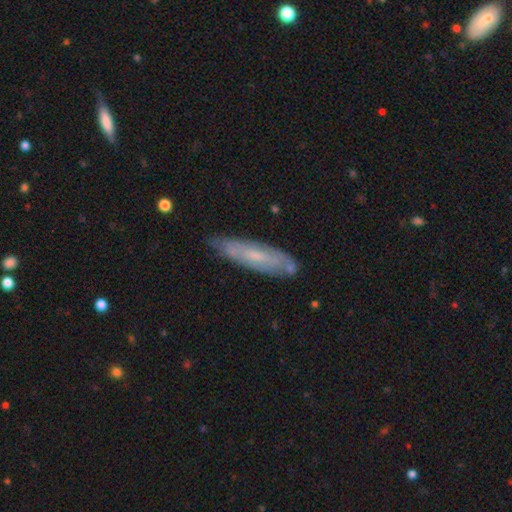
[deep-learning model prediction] Smooth or featured? Predicted: featured or disk (p=0.55). Edge-on disk? Predicted: no (p=0.60). Merging? Predicted: none (p=0.72).